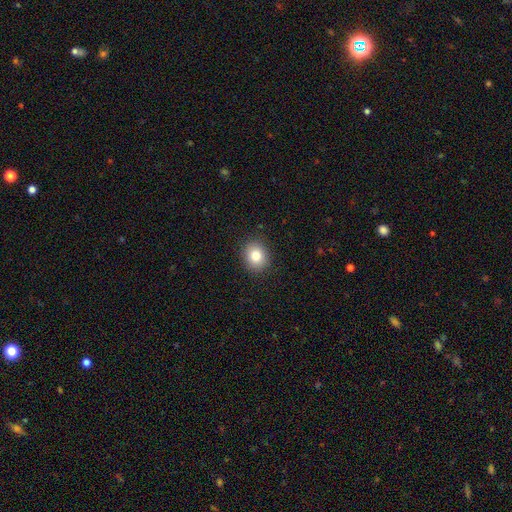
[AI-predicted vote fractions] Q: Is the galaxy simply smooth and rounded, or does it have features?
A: smooth — 82%.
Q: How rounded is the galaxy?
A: round — 70%.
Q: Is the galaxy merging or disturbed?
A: none — 90%.